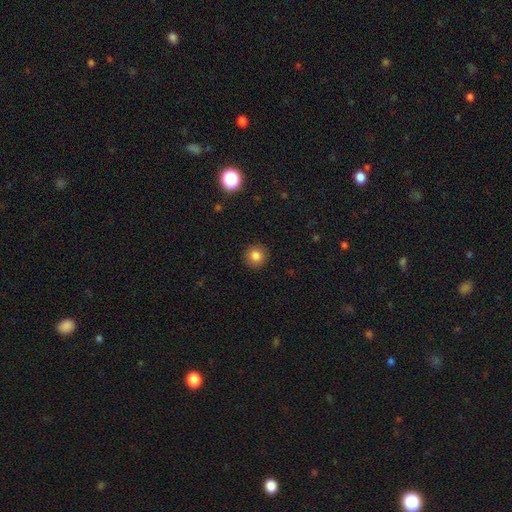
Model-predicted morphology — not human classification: This appears to be a smooth galaxy with no disk features (83%) that is round (94%). Merging: none (92%).